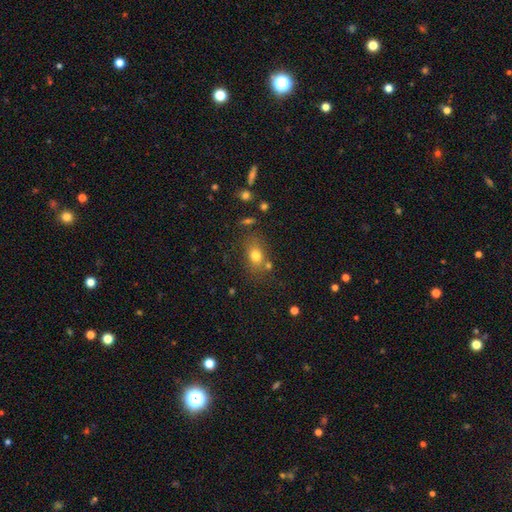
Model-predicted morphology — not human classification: The model was most divided on "how rounded": in between: 65%, round: 33%, cigar-shaped: 2%. More confident: smooth or featured — smooth (76%); merging — none (69%).